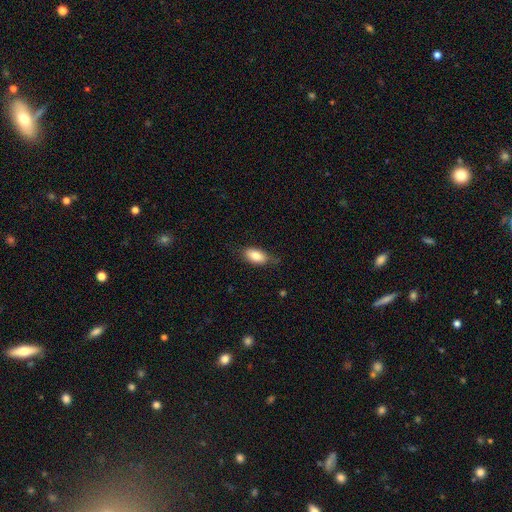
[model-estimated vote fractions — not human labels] This is clearly a smooth galaxy (82%). How rounded: clearly in between (90%). Merging: likely none (70%).